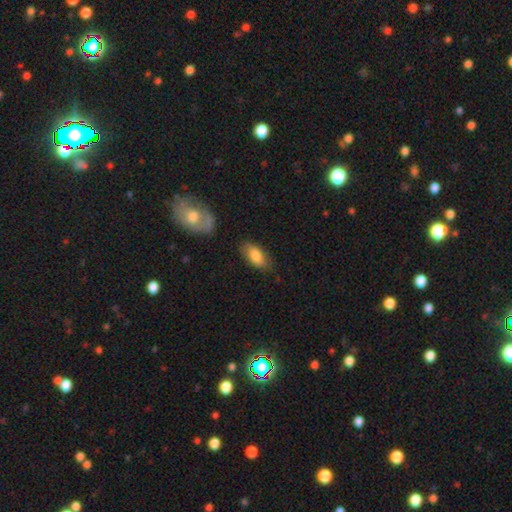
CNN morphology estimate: This appears to be a smooth galaxy with no disk features (80%) that is in between round and cigar-shaped (91%). Merging: none (74%).